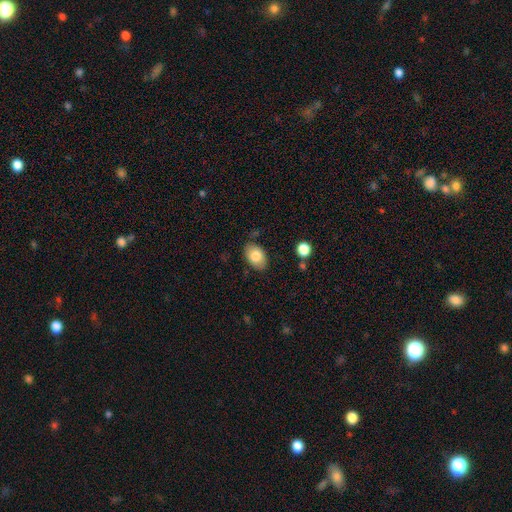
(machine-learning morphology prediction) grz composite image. It shows a smooth galaxy with no disk features (82%) that is in between round and cigar-shaped (85%). Merging: none (79%).